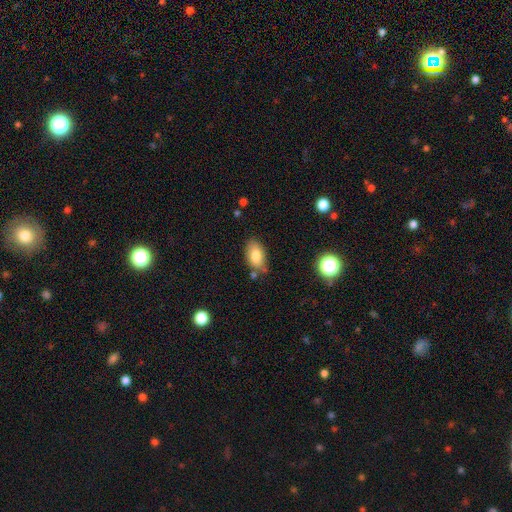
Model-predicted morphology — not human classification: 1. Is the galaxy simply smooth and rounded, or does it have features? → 80% smooth, 11% featured or disk, 9% star or artifact.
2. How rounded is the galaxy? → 90% in between, 8% round, 2% cigar-shaped.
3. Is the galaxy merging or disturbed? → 72% none, 18% minor disturbance, 6% merger, 4% major disturbance.